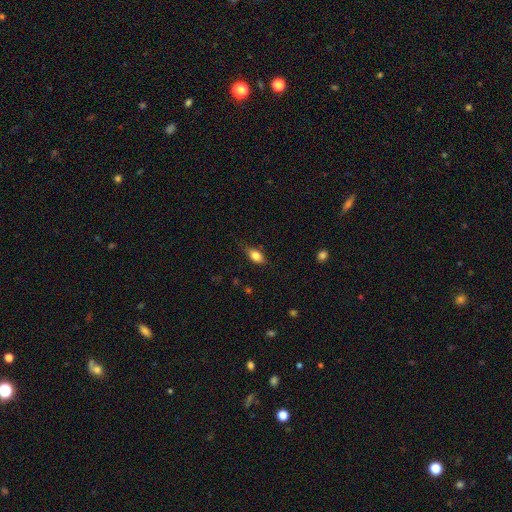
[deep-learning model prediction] This is clearly a smooth galaxy (80%). How rounded: clearly in between (84%). Merging: likely none (76%).